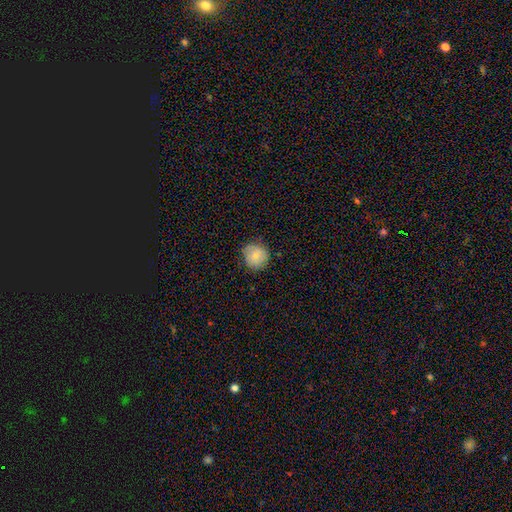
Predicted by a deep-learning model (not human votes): A smooth galaxy with no disk features (77%) that is round (88%). Merging: none (72%).